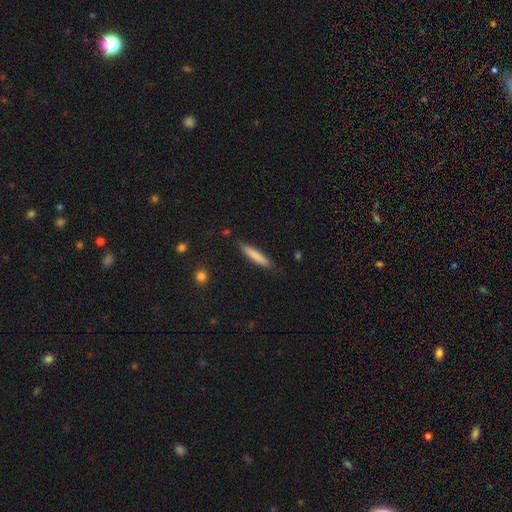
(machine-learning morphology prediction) A smooth galaxy with no disk features (80%) that is cigar-shaped (88%). Merging: none (85%).